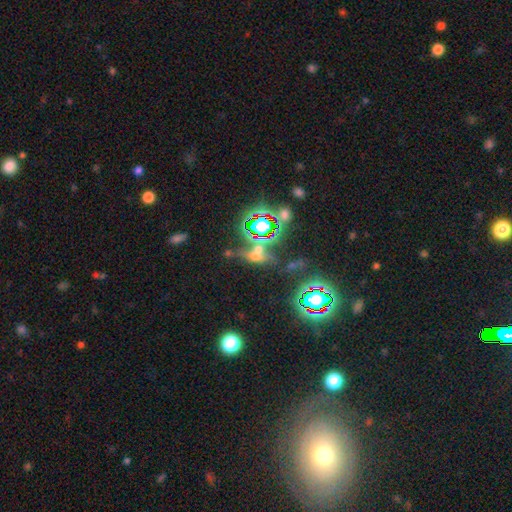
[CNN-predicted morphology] star or artifact 54%, smooth 29%, featured or disk 18%.